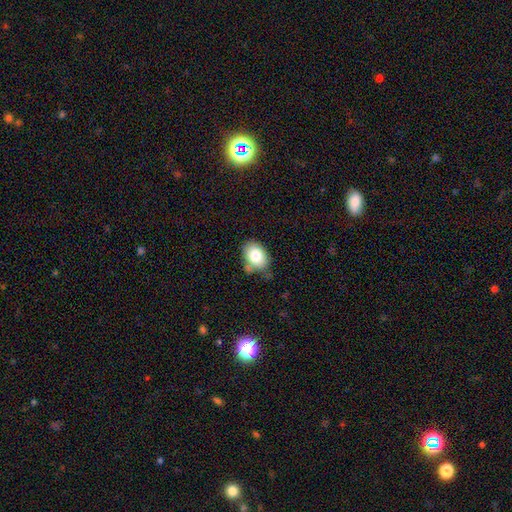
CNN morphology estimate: Q: Smooth or featured?
A: smooth (81%); runner-up: featured or disk (11%)
Q: How rounded?
A: in between (76%); runner-up: round (23%)
Q: Merging?
A: none (53%); runner-up: minor disturbance (30%)